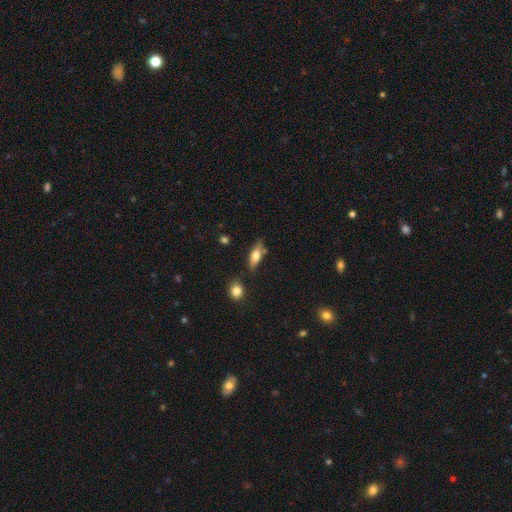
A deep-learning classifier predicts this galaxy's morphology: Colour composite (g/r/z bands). It shows a smooth galaxy with no disk features (63%) that is in between round and cigar-shaped (63%). Merging: none (67%).